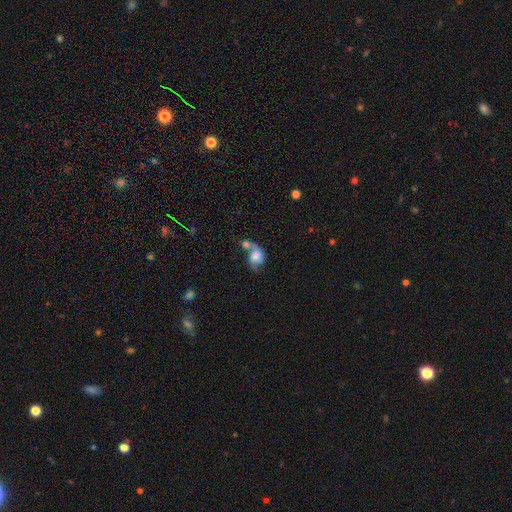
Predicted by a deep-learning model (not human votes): A smooth galaxy with no disk features (54%) that is in between round and cigar-shaped (58%). Merging: merger (48%).